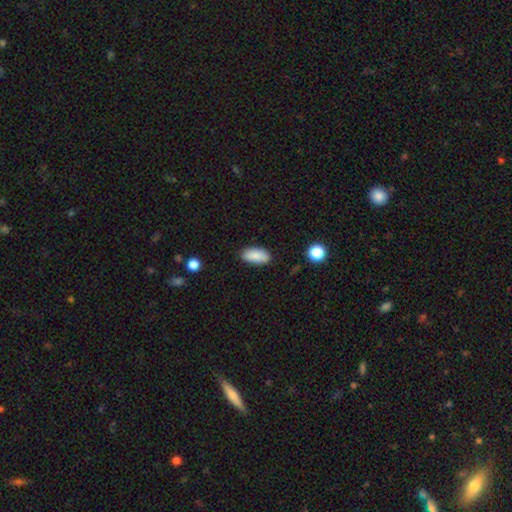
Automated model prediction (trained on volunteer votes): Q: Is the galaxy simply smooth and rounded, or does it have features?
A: smooth — 88%.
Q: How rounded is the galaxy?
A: in between — 91%.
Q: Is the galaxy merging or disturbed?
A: none — 86%.